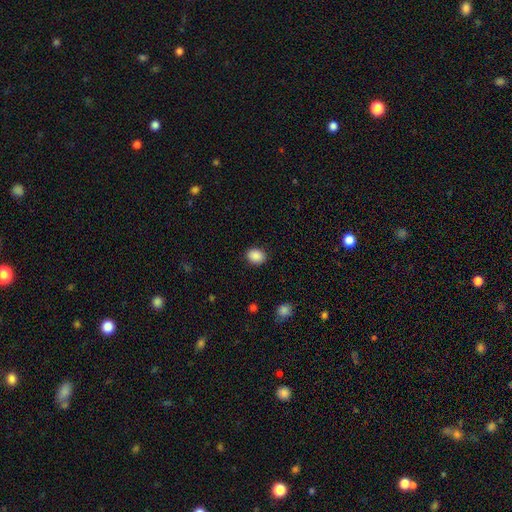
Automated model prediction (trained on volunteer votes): This appears to be a smooth galaxy with no disk features (89%) that is in between round and cigar-shaped (52%). Merging: none (89%).